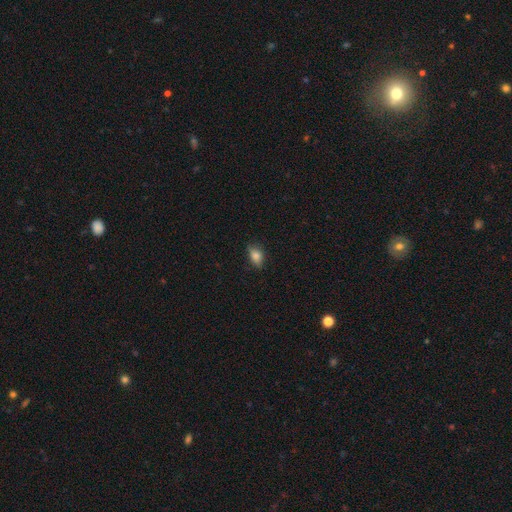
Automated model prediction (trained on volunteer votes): Smooth or featured?
  - smooth: 81% *
  - featured or disk: 10%
  - star or artifact: 9%
How rounded?
  - in between: 81% *
  - round: 14%
  - cigar-shaped: 4%
Merging?
  - none: 76% *
  - minor disturbance: 20%
  - major disturbance: 3%
  - merger: 1%